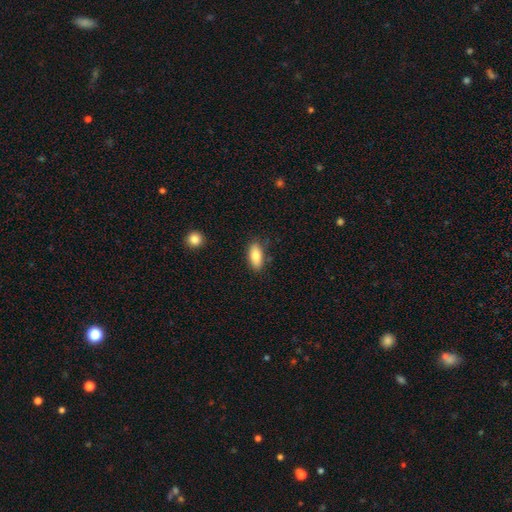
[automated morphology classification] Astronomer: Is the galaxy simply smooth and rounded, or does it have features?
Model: smooth — 83%.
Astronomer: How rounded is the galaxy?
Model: in between — 87%.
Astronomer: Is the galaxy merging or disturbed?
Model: none — 82%.